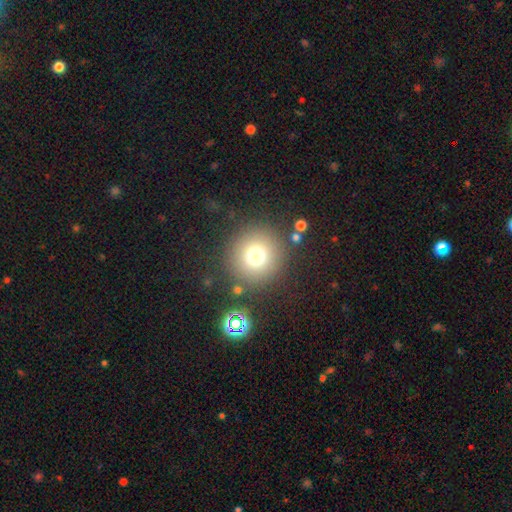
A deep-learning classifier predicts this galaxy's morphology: smooth 72%, star or artifact 17%, featured or disk 10%. Down the decision tree: how rounded — round (96%); merging — none (84%).